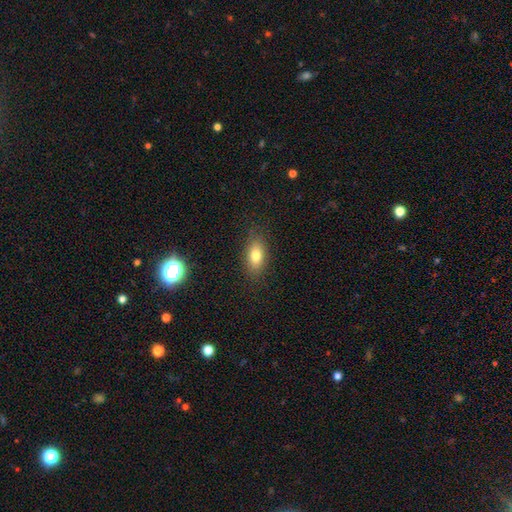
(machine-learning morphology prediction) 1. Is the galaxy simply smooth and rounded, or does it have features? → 78% smooth, 12% featured or disk, 9% star or artifact.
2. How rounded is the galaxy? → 85% in between, 8% round, 7% cigar-shaped.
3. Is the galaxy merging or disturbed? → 85% none, 11% minor disturbance, 3% major disturbance, 1% merger.